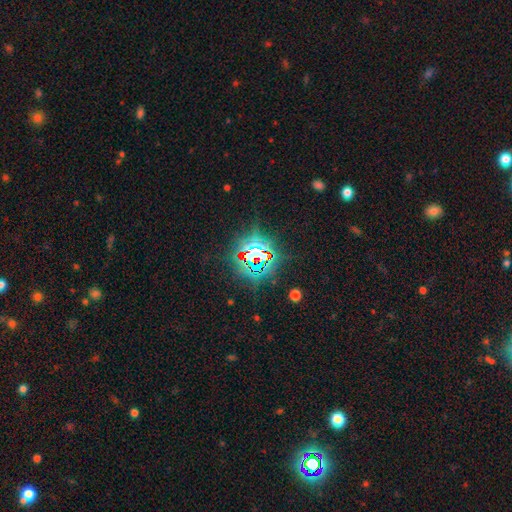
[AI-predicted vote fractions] Q: Smooth or featured?
A: star or artifact (82%); runner-up: smooth (9%)